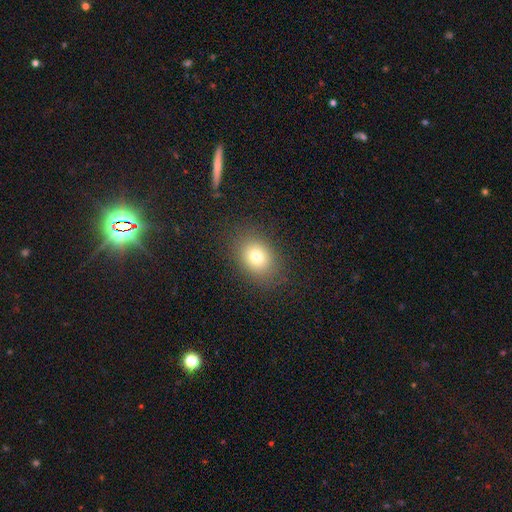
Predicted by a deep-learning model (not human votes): Q: Smooth or featured?
A: smooth (76%); runner-up: star or artifact (14%)
Q: How rounded?
A: in between (55%); runner-up: round (44%)
Q: Merging?
A: none (86%); runner-up: minor disturbance (9%)